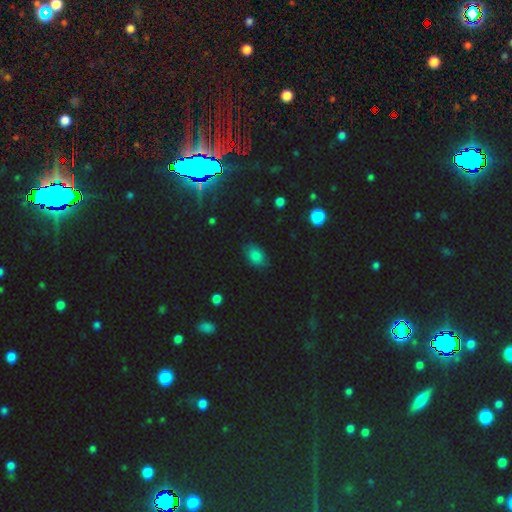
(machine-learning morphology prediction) Q: Smooth or featured?
A: smooth (79%); runner-up: star or artifact (15%)
Q: How rounded?
A: in between (80%); runner-up: round (18%)
Q: Merging?
A: none (79%); runner-up: minor disturbance (16%)